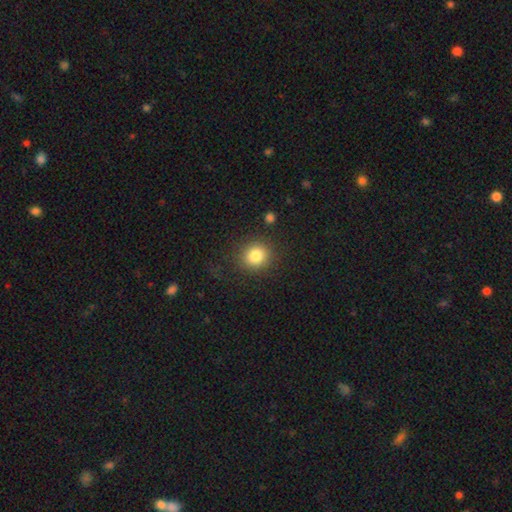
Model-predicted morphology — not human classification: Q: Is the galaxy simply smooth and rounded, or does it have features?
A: smooth — 83%.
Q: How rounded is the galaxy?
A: round — 86%.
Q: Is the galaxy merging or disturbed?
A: none — 86%.